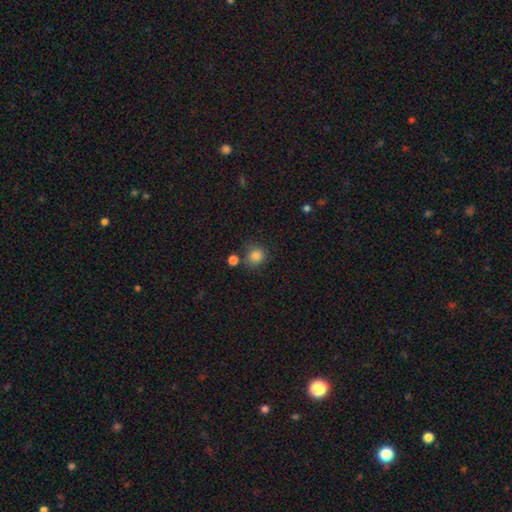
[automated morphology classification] smooth 84%, star or artifact 11%, featured or disk 5%. Down the decision tree: how rounded — round (86%); merging — none (71%).